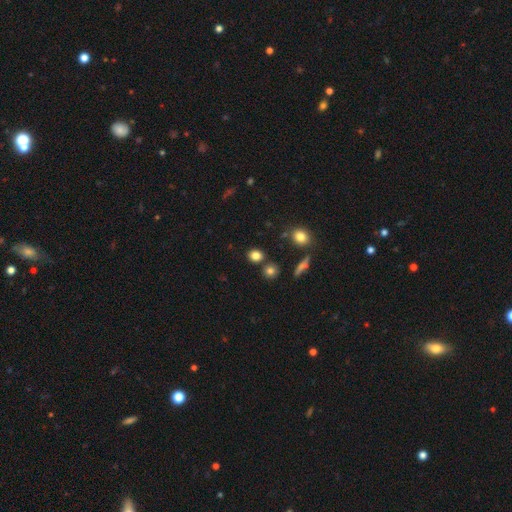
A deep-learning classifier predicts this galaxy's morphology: Smooth or featured: smooth — 82% (star or artifact — 13%)
How rounded: round — 71% (in between — 28%)
Merging: none — 78% (merger — 10%)